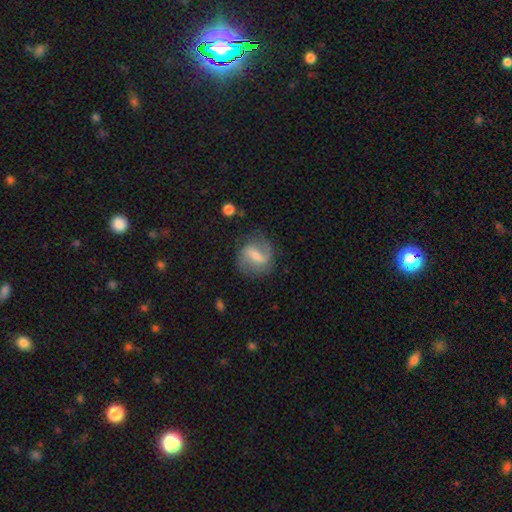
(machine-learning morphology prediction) A featured or disk galaxy (66%) with a weak bar (47%), 2 (74%) loose (42%) spiral arms (84%) and a small central bulge (46%).

Vote fractions:
- Smooth or featured? featured or disk: 66% / smooth: 26% / star or artifact: 7%
- Edge-on disk? no: 96% / yes: 4%
- Bar? weak: 47% / strong: 38% / no: 15%
- Spiral arms? yes: 84% / no: 16%
- Spiral winding? loose: 42% / medium: 40% / tight: 18%
- Spiral arm count? 2: 74% / 1: 11% / can't tell: 10% / 3: 2% / 4: 1% / more than 4: 1%
- Bulge size? small: 46% / moderate: 42% / none: 7% / large: 4% / dominant: 1%
- Merging? none: 69% / minor disturbance: 19% / major disturbance: 10% / merger: 2%